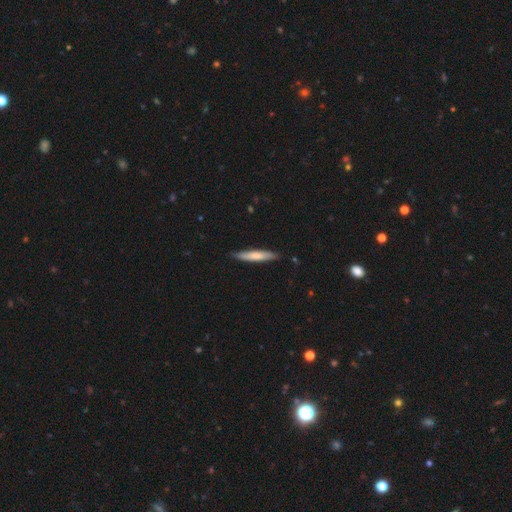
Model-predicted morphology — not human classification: Q: Smooth or featured?
A: smooth (70%); runner-up: featured or disk (25%)
Q: How rounded?
A: cigar-shaped (89%); runner-up: in between (9%)
Q: Merging?
A: none (85%); runner-up: minor disturbance (12%)